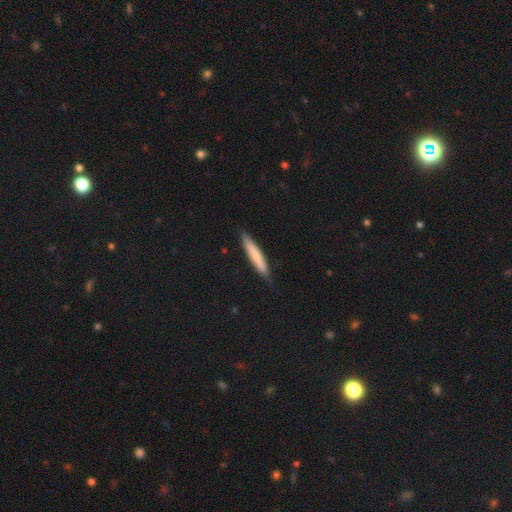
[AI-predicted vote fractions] This appears to be a smooth galaxy with no disk features (73%) that is cigar-shaped (94%). Merging: none (87%).